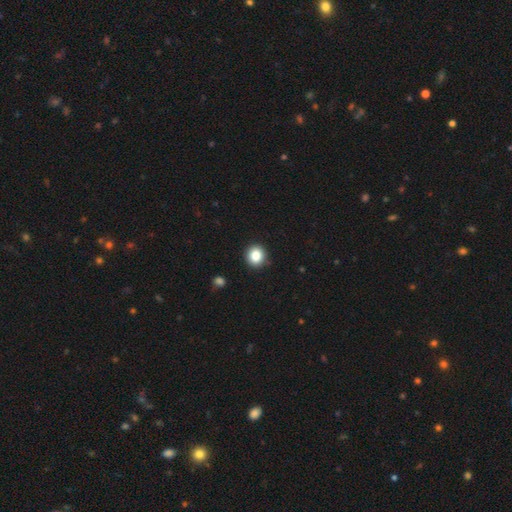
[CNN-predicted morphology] smooth-or-featured: smooth: 84% | star or artifact: 10% | featured or disk: 6%
  how-rounded: round: 88% | in between: 11% | cigar-shaped: 1%
  merging: none: 91% | minor disturbance: 6% | major disturbance: 2% | merger: 1%